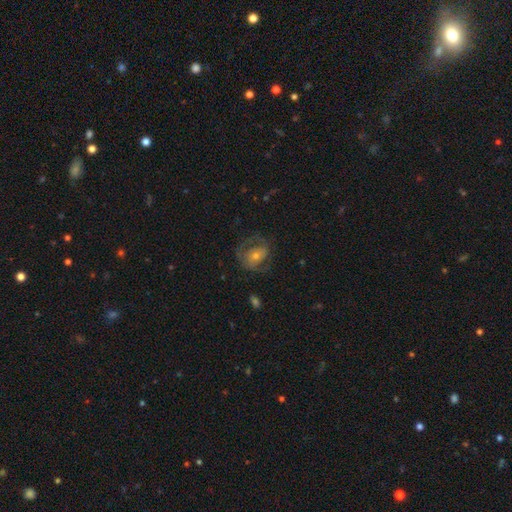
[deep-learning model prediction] smooth-or-featured: featured or disk: 57% | smooth: 33% | star or artifact: 10%
  disk-edge-on: no: 96% | yes: 4%
    bar: no: 60% | weak: 28% | strong: 11%
    has-spiral-arms: yes: 60% | no: 40%
    bulge-size: small: 49% | moderate: 43% | large: 4% | none: 2% | dominant: 1%
  merging: none: 58% | major disturbance: 21% | minor disturbance: 19% | merger: 1%